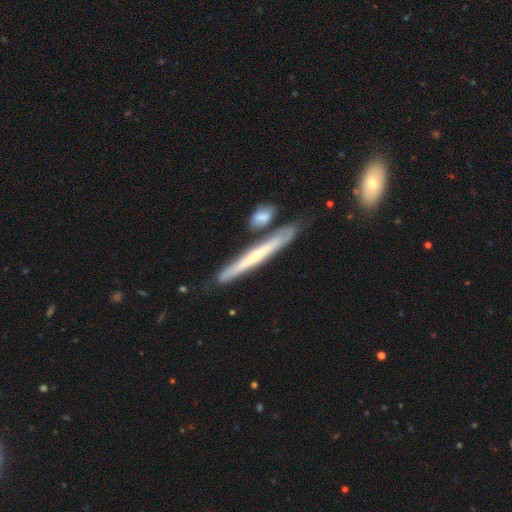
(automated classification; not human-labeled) A featured or disk galaxy (58%) viewed edge-on (91%) with no central bulge (70%). Merging: none (72%).